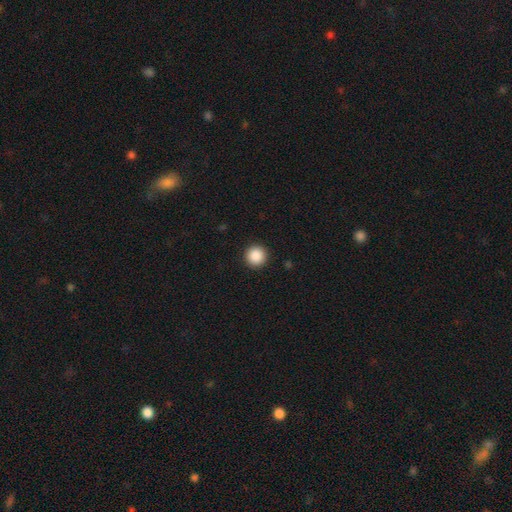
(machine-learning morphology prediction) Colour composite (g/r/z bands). It shows a smooth galaxy with no disk features (89%) that is round (96%). Merging: none (93%).